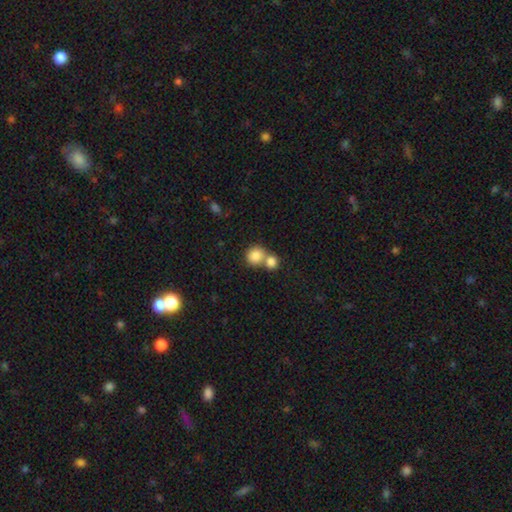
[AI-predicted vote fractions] Morphology: type=smooth (84%); roundness=round (84%); merging=merger (53%).